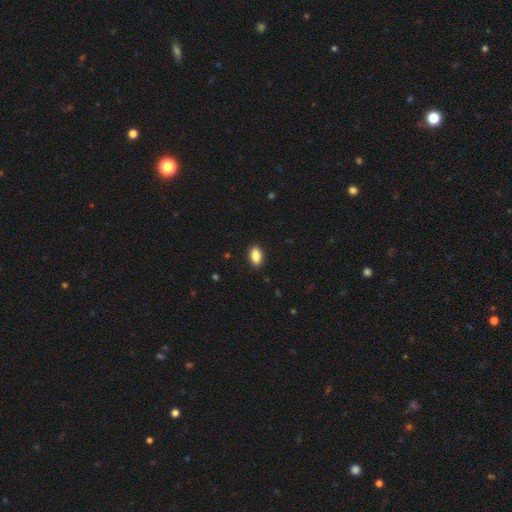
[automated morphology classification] smooth_or_featured: smooth (p=0.88) [alt: star or artifact p=0.08]
how_rounded: in between (p=0.91) [alt: round p=0.05]
merging: none (p=0.90) [alt: minor disturbance p=0.07]